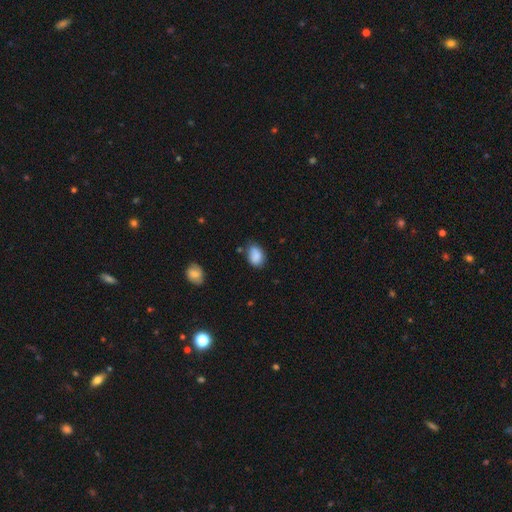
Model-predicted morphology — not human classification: This appears to be a smooth galaxy with no disk features (84%) that is in between round and cigar-shaped (81%). Merging: none (64%).